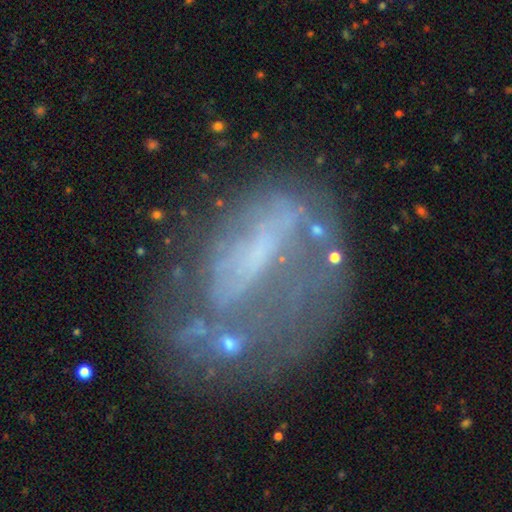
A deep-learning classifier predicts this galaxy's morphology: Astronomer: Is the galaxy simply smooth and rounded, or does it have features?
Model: featured or disk — 59%.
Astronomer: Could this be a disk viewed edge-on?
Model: no — 91%.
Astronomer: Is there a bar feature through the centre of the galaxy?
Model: no — 46% (runner-up: weak, 28%).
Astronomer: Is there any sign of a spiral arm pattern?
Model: no — 66%.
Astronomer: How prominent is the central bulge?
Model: none — 50% (runner-up: small, 30%).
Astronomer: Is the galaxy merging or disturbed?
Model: none — 40% (runner-up: major disturbance, 31%).